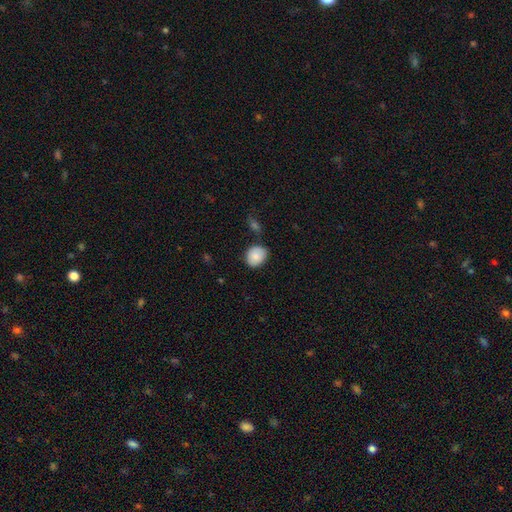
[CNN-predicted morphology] smooth-or-featured: smooth: 84% | featured or disk: 8% | star or artifact: 7%
  how-rounded: round: 53% | in between: 46% | cigar-shaped: 1%
  merging: none: 77% | minor disturbance: 16% | merger: 4% | major disturbance: 3%